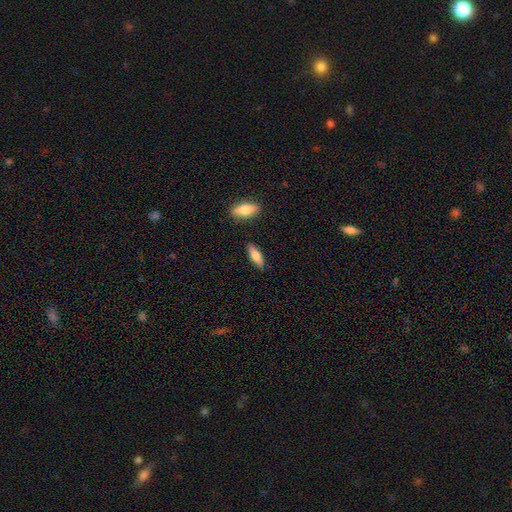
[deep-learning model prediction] Morphology: type=smooth (68%); roundness=in between (57%); merging=none (84%).